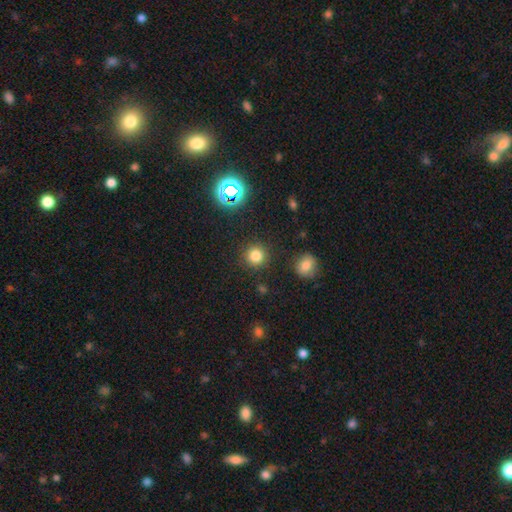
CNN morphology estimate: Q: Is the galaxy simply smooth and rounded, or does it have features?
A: smooth — 78%.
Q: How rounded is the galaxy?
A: round — 94%.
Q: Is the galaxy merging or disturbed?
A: none — 89%.